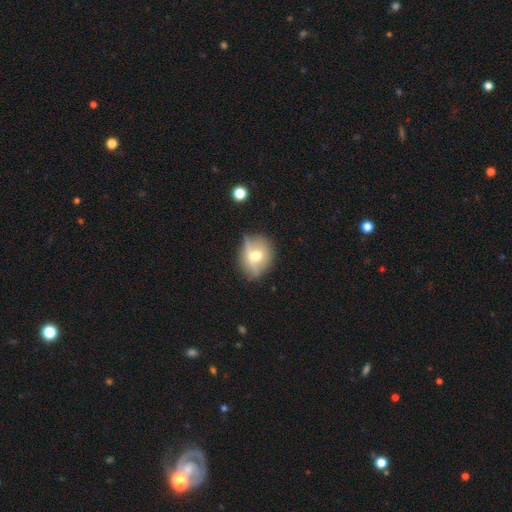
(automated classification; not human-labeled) Smooth or featured: smooth — 46% (featured or disk — 43%)
Merging: none — 64% (minor disturbance — 25%)